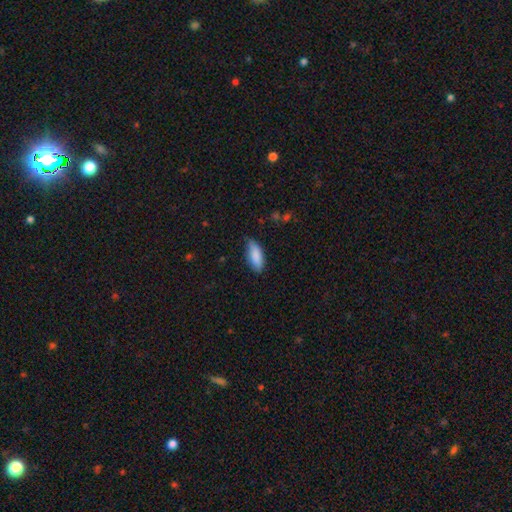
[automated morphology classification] Smooth or featured? smooth (87%)
How rounded? in between (79%)
Merging? none (74%)